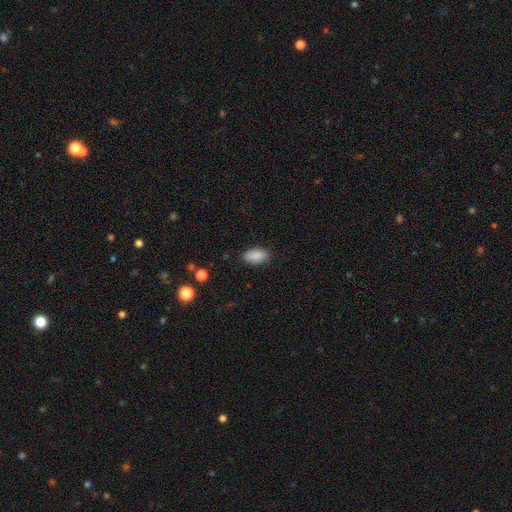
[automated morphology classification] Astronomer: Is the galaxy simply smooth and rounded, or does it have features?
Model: smooth — 88%.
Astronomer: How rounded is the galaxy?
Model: in between — 93%.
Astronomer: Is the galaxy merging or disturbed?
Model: none — 85%.